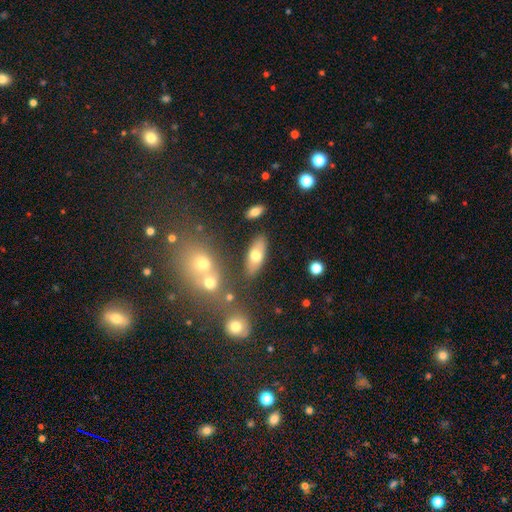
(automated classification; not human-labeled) Overall: smooth (67%). How rounded: in between (80%). Merging: none (79%).